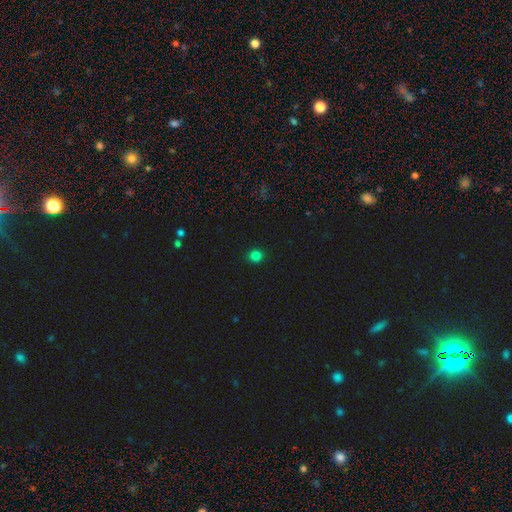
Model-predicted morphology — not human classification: This appears to be a smooth galaxy with no disk features (81%) that is round (86%). Merging: none (92%).